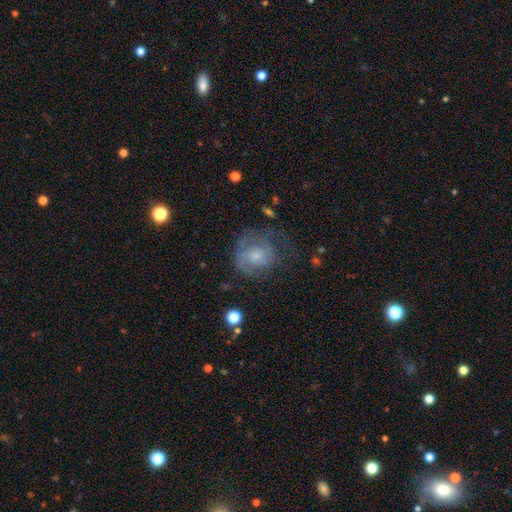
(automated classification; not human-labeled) Overall: featured or disk (57%; smooth 33%). Edge-on disk: no (97%). Bar: no (77%). Spiral arms: yes (72%). Bulge size: small (46%; moderate 37%). Merging: none (48%; major disturbance 27%).